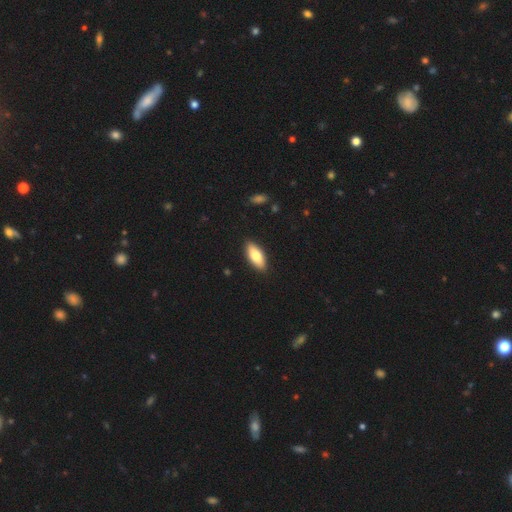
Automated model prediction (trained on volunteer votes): The model was most divided on "how rounded": in between: 78%, cigar-shaped: 20%, round: 2%. More confident: merging — none (89%); smooth or featured — smooth (79%).